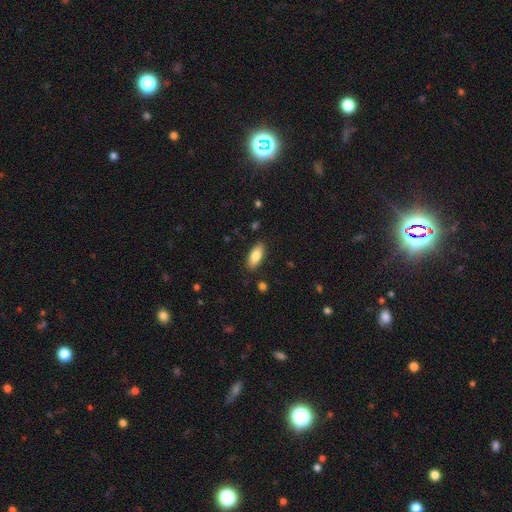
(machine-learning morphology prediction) The model was most divided on "how rounded": in between: 81%, cigar-shaped: 17%, round: 2%. More confident: merging — none (87%); smooth or featured — smooth (81%).